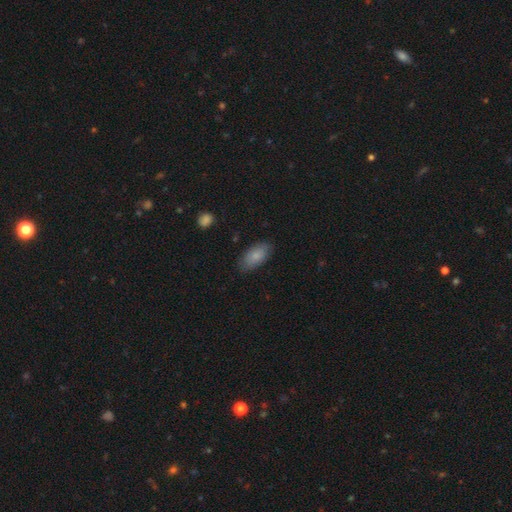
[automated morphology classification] Smooth or featured: smooth — 84% (featured or disk — 10%)
How rounded: in between — 92% (cigar-shaped — 5%)
Merging: none — 82% (minor disturbance — 14%)